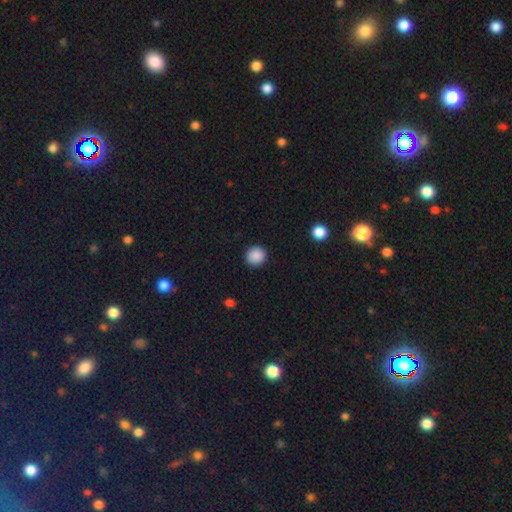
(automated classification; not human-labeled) This is clearly a smooth galaxy (89%). How rounded: clearly round (93%). Merging: clearly none (92%).